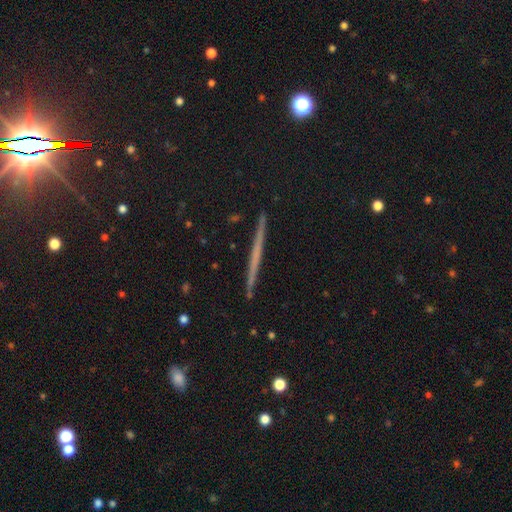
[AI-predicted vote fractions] Smooth or featured? Predicted: featured or disk (p=0.54). Edge-on disk? Predicted: yes (p=0.97). Edge-on bulge? Predicted: none (p=0.83). Merging? Predicted: none (p=0.92).